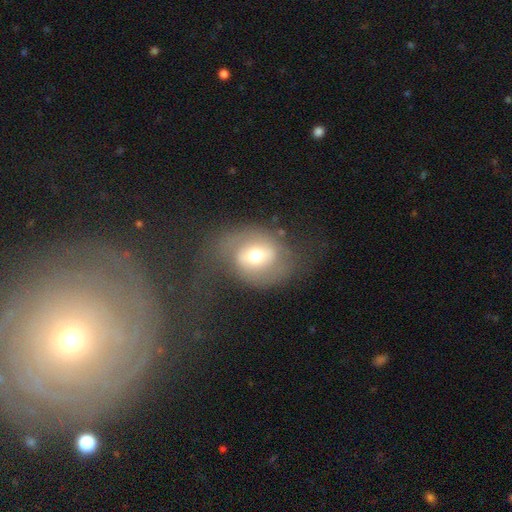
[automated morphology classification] This is possibly a featured or disk galaxy (52%). It is clearly not viewed edge-on (95%). Merging: marginally none (41%).